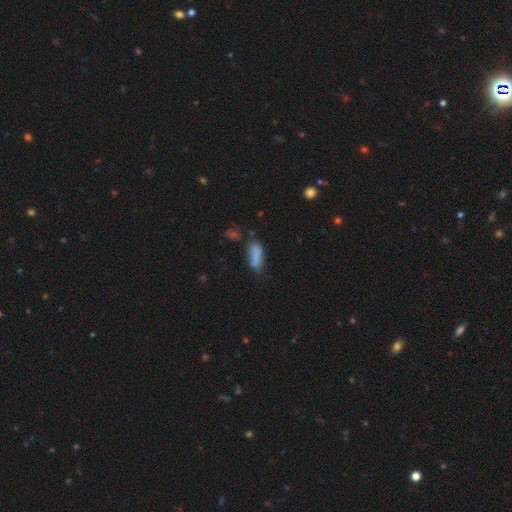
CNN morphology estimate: This appears to be a smooth galaxy with no disk features (79%) that is in between round and cigar-shaped (73%). Merging: none (43%).